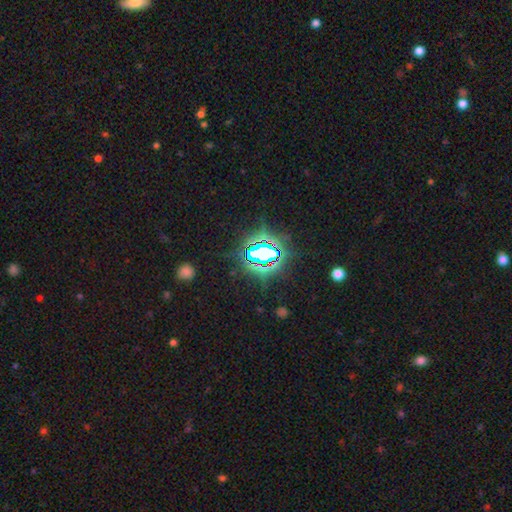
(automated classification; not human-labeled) Overall: star or artifact (80%).